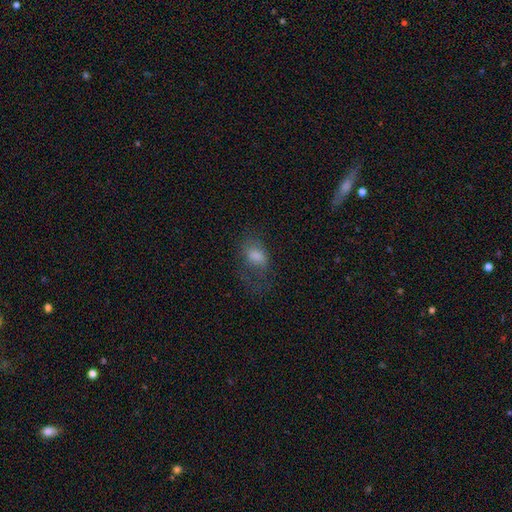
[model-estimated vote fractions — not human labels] Q: Smooth or featured?
A: smooth (58%); runner-up: featured or disk (28%)
Q: How rounded?
A: in between (82%); runner-up: round (15%)
Q: Merging?
A: none (43%); runner-up: major disturbance (33%)